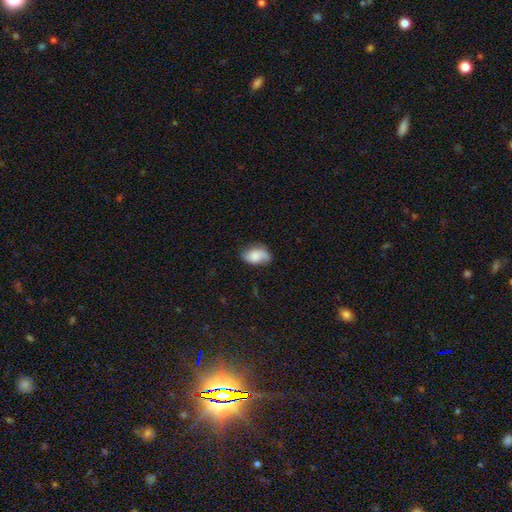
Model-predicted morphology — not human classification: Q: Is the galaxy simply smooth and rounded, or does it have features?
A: smooth — 68%.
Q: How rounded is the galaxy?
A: in between — 88%.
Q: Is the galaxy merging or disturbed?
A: none — 61%.